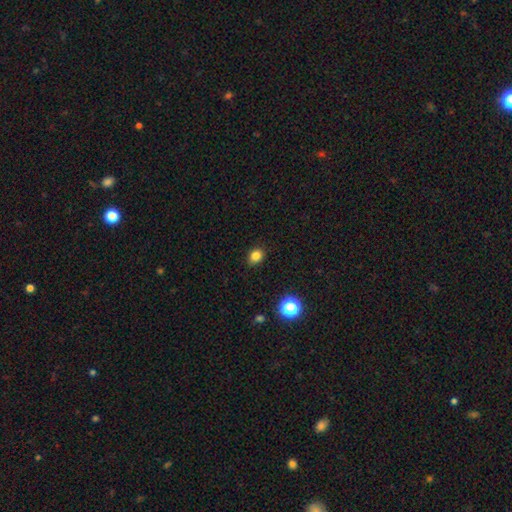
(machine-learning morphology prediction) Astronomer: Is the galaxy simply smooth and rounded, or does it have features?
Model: smooth — 82%.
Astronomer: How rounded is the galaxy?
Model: round — 55% (runner-up: in between, 44%).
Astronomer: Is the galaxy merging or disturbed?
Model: none — 86%.